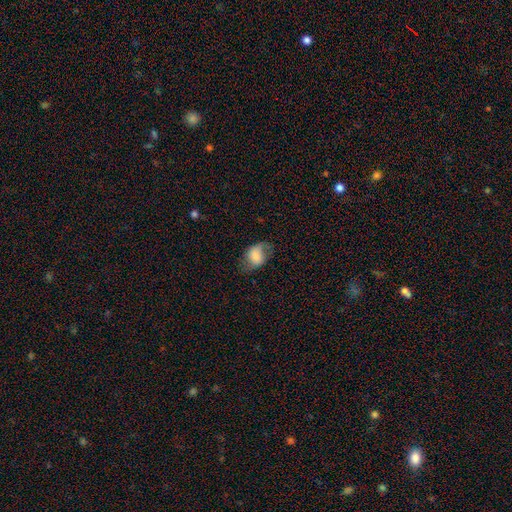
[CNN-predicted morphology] A smooth galaxy with no disk features (66%) that is in between round and cigar-shaped (74%). Merging: none (56%).